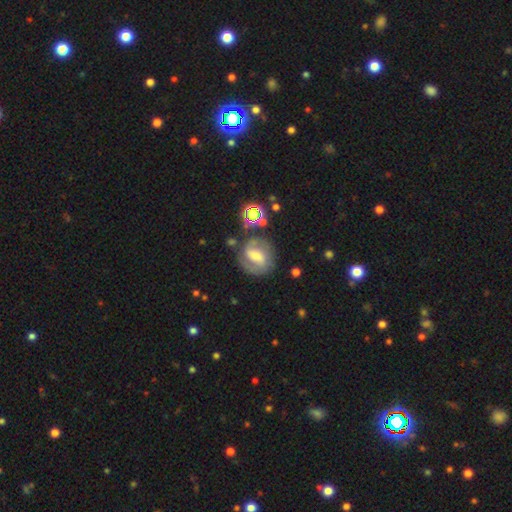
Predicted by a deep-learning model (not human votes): Smooth or featured?
  - featured or disk: 70% *
  - smooth: 21%
  - star or artifact: 10%
Edge-on disk?
  - no: 96% *
  - yes: 4%
Bar?
  - weak: 44% *
  - strong: 41%
  - no: 15%
Spiral arms?
  - yes: 87% *
  - no: 13%
Spiral winding?
  - medium: 47% *
  - tight: 35%
  - loose: 17%
Spiral arm count?
  - 2: 79% *
  - can't tell: 11%
  - 1: 6%
  - 3: 2%
  - 4: 1%
  - more than 4: 1%
Bulge size?
  - moderate: 48% *
  - small: 31%
  - large: 12%
  - none: 7%
  - dominant: 2%
Merging?
  - none: 71% *
  - minor disturbance: 16%
  - major disturbance: 8%
  - merger: 5%